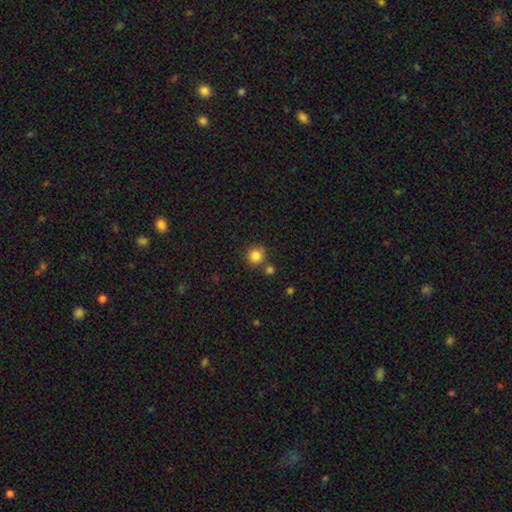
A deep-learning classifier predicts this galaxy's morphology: A smooth galaxy with no disk features (84%) that is round (92%). Merging: none (77%).